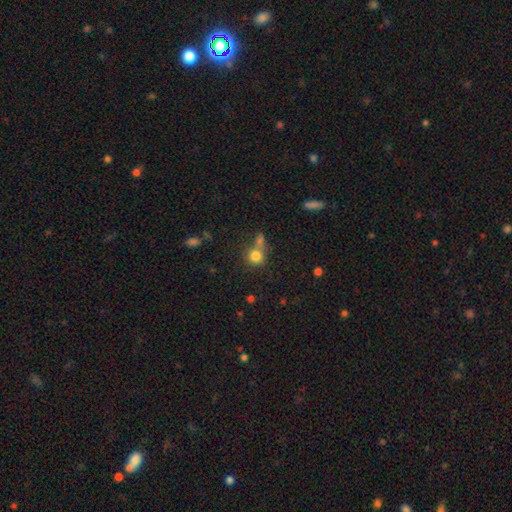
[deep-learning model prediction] A smooth galaxy with no disk features (79%) that is round (87%). Merging: none (53%).